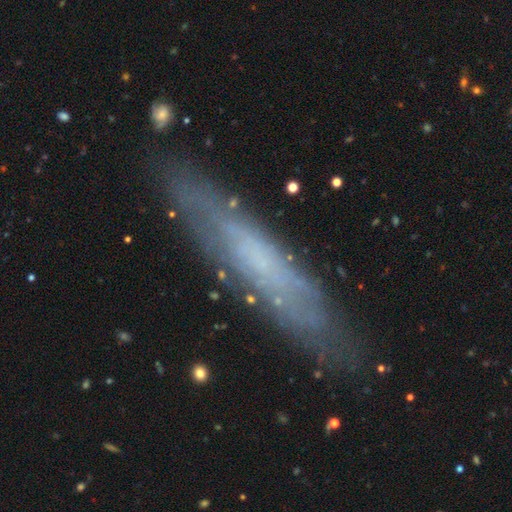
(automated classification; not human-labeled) Morphology: type=featured or disk (55%); edge-on=yes (62%); merging=none (82%).